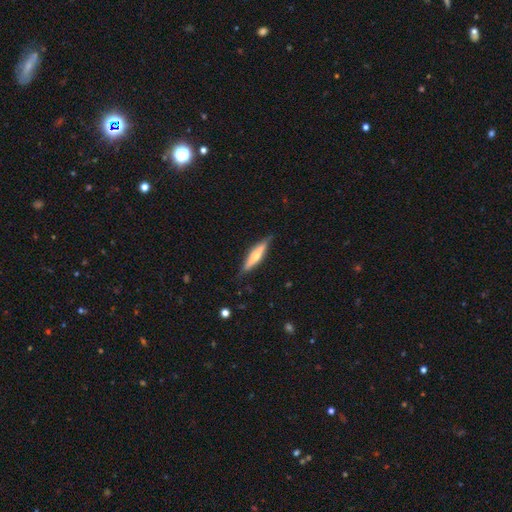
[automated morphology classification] smooth-or-featured: featured or disk: 53% | smooth: 41% | star or artifact: 6%
  disk-edge-on: yes: 93% | no: 7%
  merging: none: 83% | minor disturbance: 14% | major disturbance: 2% | merger: 1%